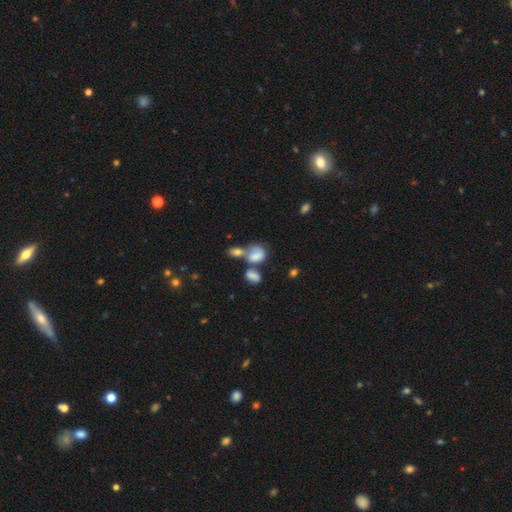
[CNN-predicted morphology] Smooth or featured? Predicted: smooth (p=0.68). How rounded? Predicted: in between (p=0.72). Merging? Predicted: merger (p=0.56).